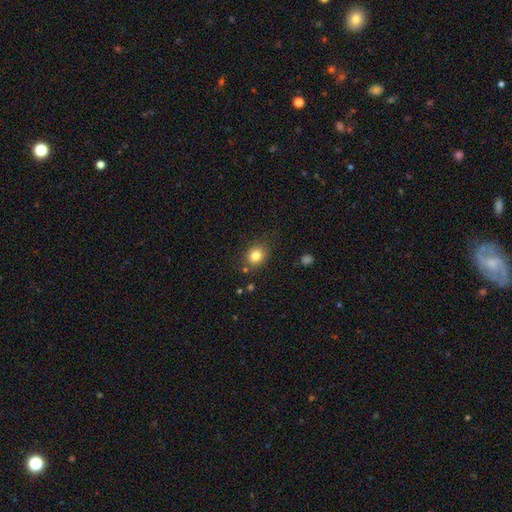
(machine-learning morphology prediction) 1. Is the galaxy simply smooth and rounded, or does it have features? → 82% smooth, 11% star or artifact, 7% featured or disk.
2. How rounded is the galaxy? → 68% round, 31% in between, 1% cigar-shaped.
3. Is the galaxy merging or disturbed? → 79% none, 13% minor disturbance, 4% merger, 4% major disturbance.